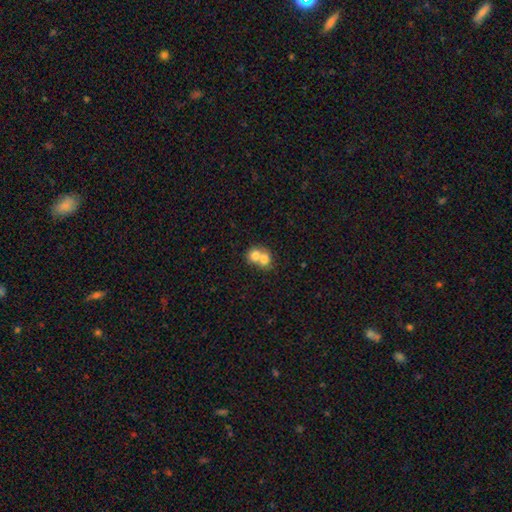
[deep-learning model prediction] Smooth or featured?
  - smooth: 73% *
  - featured or disk: 18%
  - star or artifact: 8%
How rounded?
  - round: 64% *
  - in between: 35%
  - cigar-shaped: 1%
Merging?
  - merger: 74% *
  - none: 19%
  - minor disturbance: 4%
  - major disturbance: 2%